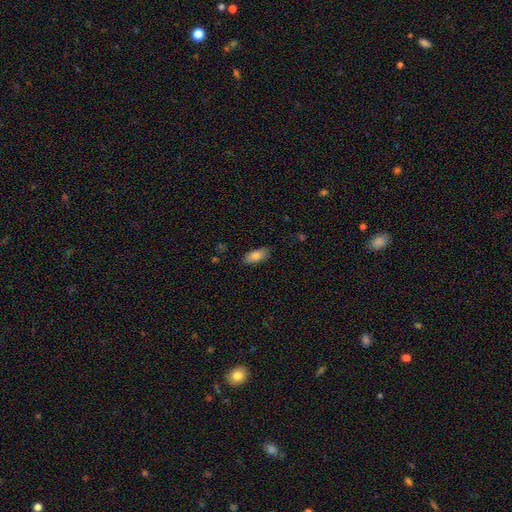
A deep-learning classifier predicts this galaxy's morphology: Smooth or featured?
  - smooth: 80% *
  - featured or disk: 13%
  - star or artifact: 7%
How rounded?
  - in between: 87% *
  - cigar-shaped: 11%
  - round: 3%
Merging?
  - none: 86% *
  - minor disturbance: 11%
  - major disturbance: 2%
  - merger: 1%